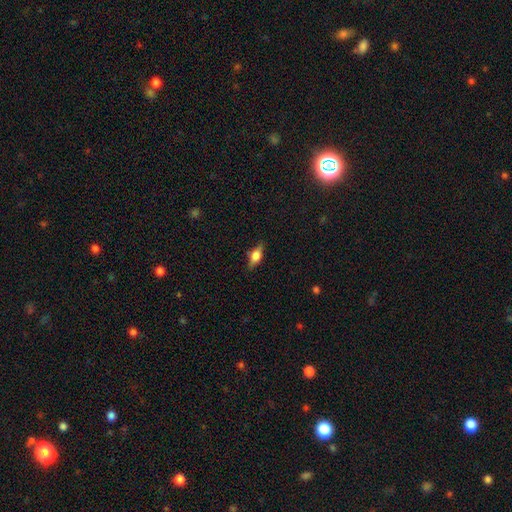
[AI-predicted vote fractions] smooth 52%, featured or disk 39%, star or artifact 9%. Down the decision tree: how rounded — in between (68%); merging — none (81%).